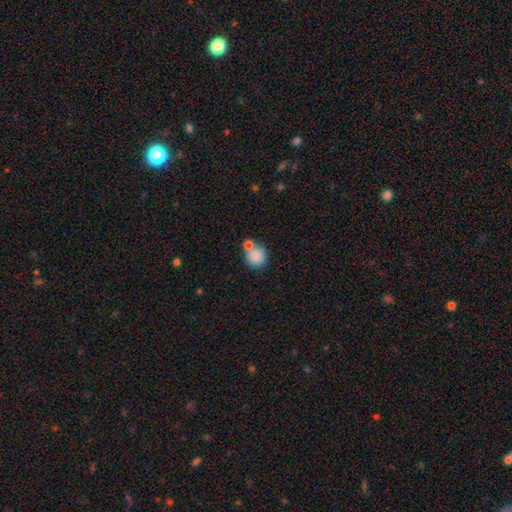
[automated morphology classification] Smooth or featured? Predicted: smooth (p=0.85). How rounded? Predicted: round (p=0.89). Merging? Predicted: none (p=0.57).